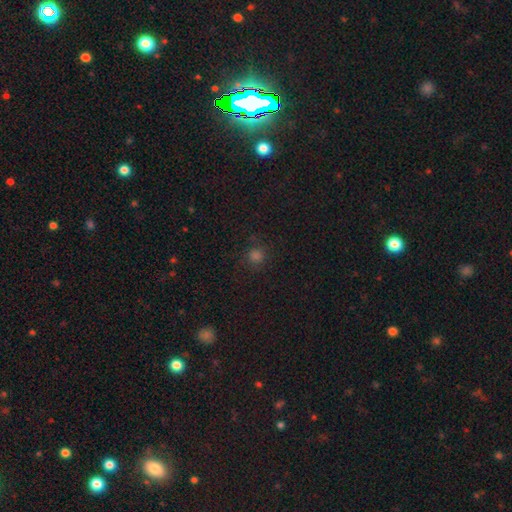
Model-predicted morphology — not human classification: A smooth galaxy with no disk features (72%) that is round (90%).

Vote fractions:
- Smooth or featured? smooth: 72% / star or artifact: 23% / featured or disk: 5%
- How rounded? round: 90% / in between: 9% / cigar-shaped: 1%
- Merging? none: 83% / minor disturbance: 11% / major disturbance: 4% / merger: 2%